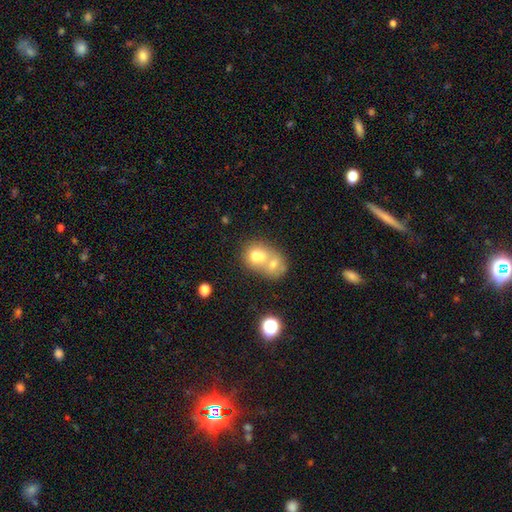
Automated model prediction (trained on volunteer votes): Q: Smooth or featured?
A: smooth (67%); runner-up: featured or disk (23%)
Q: How rounded?
A: round (59%); runner-up: in between (40%)
Q: Merging?
A: merger (73%); runner-up: none (18%)